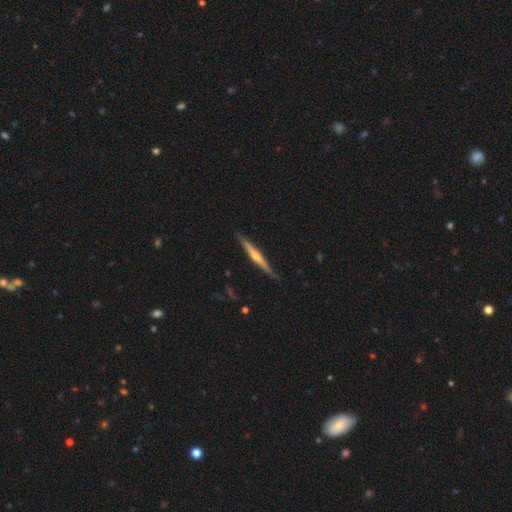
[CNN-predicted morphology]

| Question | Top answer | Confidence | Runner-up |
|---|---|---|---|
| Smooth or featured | featured or disk | 71% | smooth (23%) |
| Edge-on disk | yes | 98% | no (2%) |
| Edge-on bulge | rounded | 81% | none (15%) |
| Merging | none | 88% | minor disturbance (9%) |